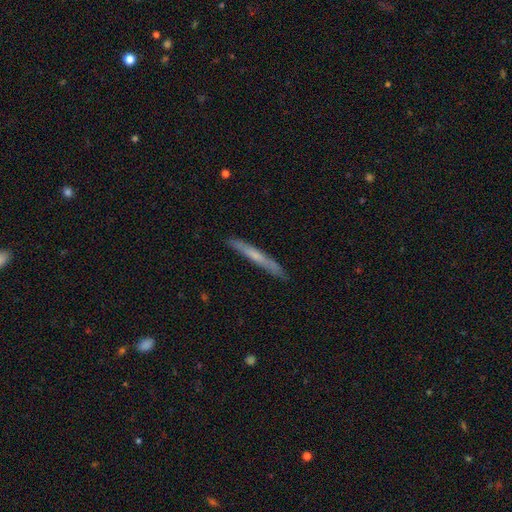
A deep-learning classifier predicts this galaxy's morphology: Overall: featured or disk (48%; smooth 46%). Merging: none (88%).